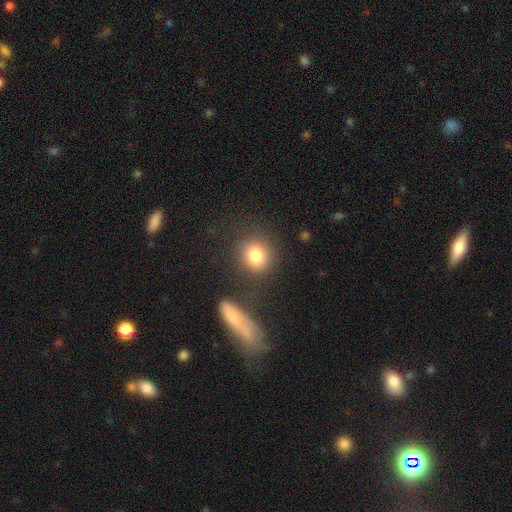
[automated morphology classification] Smooth or featured?
  - smooth: 82% *
  - star or artifact: 10%
  - featured or disk: 8%
How rounded?
  - round: 82% *
  - in between: 17%
  - cigar-shaped: 2%
Merging?
  - none: 76% *
  - minor disturbance: 11%
  - merger: 8%
  - major disturbance: 5%